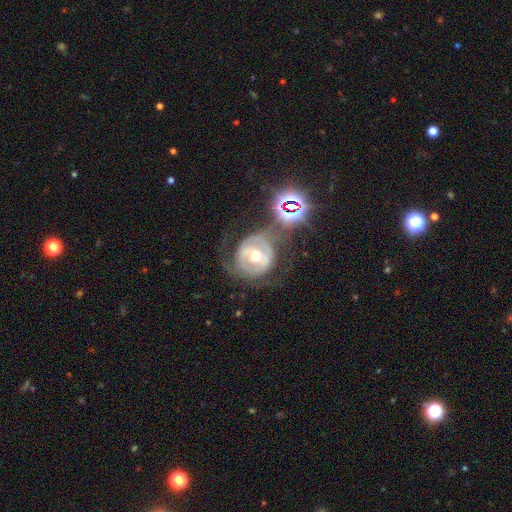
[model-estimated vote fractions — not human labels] A featured or disk galaxy (72%) with no bar (39%), spiral arms (65%) and a moderate central bulge (71%). Merging: none (48%).